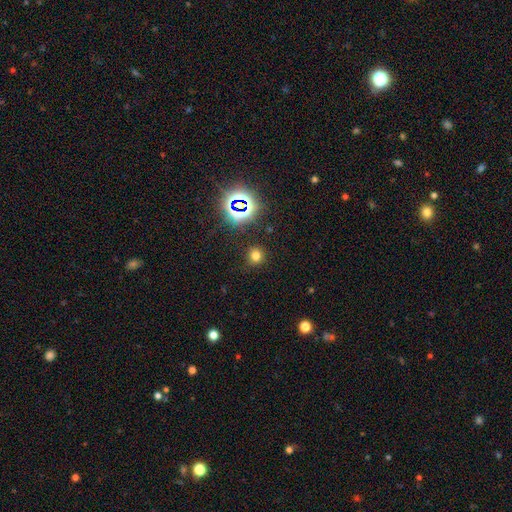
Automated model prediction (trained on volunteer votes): This is likely a smooth galaxy (69%). How rounded: clearly round (91%). Merging: clearly none (89%).